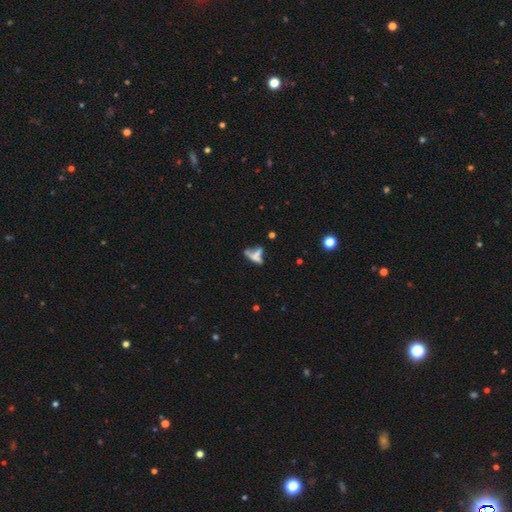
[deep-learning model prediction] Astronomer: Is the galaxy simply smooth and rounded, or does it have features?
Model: smooth — 46% (runner-up: featured or disk, 38%).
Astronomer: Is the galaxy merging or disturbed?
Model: merger — 46% (runner-up: none, 27%).